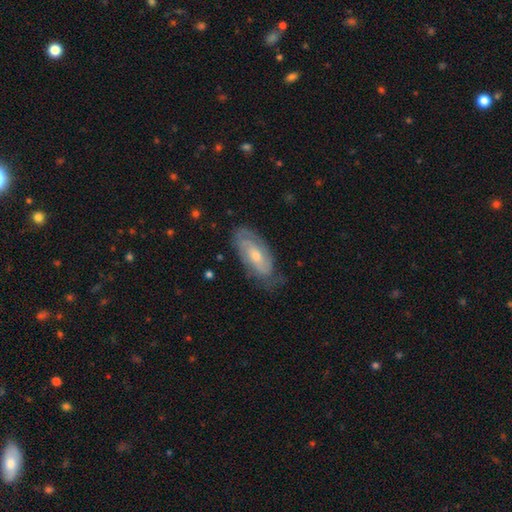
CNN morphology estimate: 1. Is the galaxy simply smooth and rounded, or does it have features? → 67% featured or disk, 26% smooth, 6% star or artifact.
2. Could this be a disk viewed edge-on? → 88% no, 12% yes.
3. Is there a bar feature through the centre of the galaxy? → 60% no, 32% weak, 8% strong.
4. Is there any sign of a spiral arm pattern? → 85% yes, 15% no.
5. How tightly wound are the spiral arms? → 56% tight, 32% medium, 11% loose.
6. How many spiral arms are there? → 47% 2, 37% can't tell, 6% 1, 6% 3, 2% 4, 2% more than 4.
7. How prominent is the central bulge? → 49% moderate, 47% small, 2% large, 2% none, 1% dominant.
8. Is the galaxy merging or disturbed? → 69% none, 23% minor disturbance, 7% major disturbance, 1% merger.